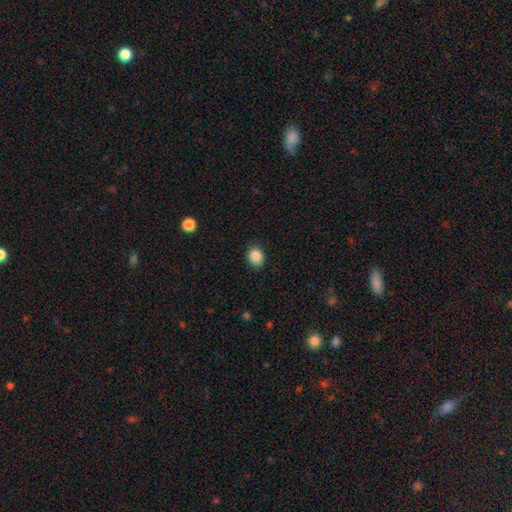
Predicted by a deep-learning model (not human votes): smooth_or_featured: smooth (p=0.86) [alt: star or artifact p=0.09]
how_rounded: round (p=0.57) [alt: in between p=0.42]
merging: none (p=0.87) [alt: minor disturbance p=0.10]